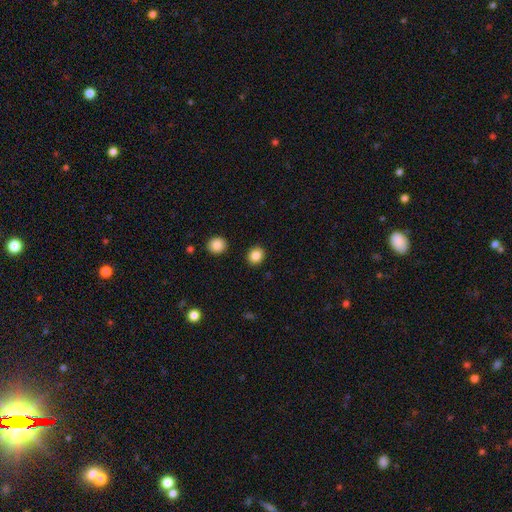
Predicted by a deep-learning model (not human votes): A smooth galaxy with no disk features (86%) that is round (76%). Merging: none (90%).